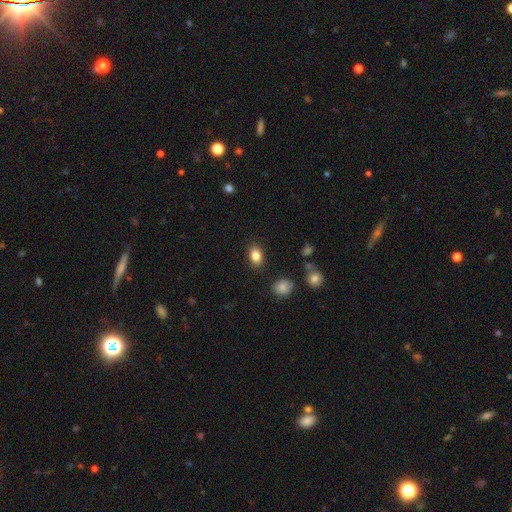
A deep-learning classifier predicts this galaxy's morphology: Smooth or featured? Predicted: smooth (p=0.85). How rounded? Predicted: in between (p=0.82). Merging? Predicted: none (p=0.87).